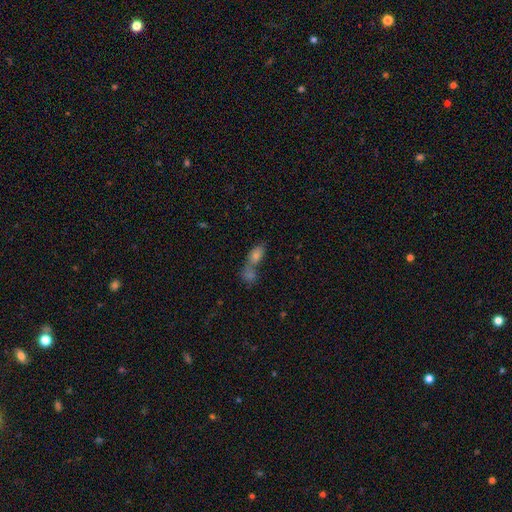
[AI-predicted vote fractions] A smooth galaxy with no disk features (68%) that is in between round and cigar-shaped (78%). Merging: merger (60%).